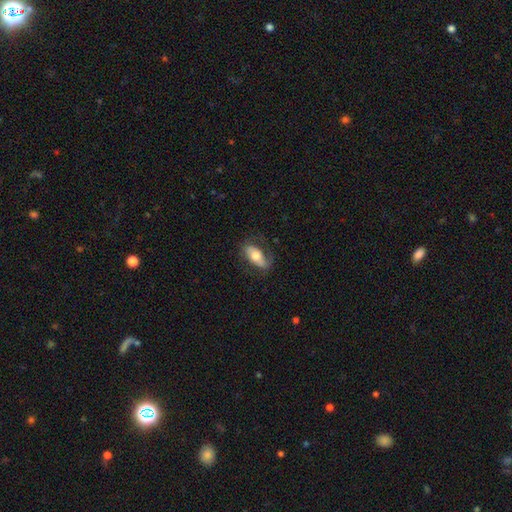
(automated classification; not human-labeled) Smooth or featured? Predicted: smooth (p=0.49). Merging? Predicted: none (p=0.64).